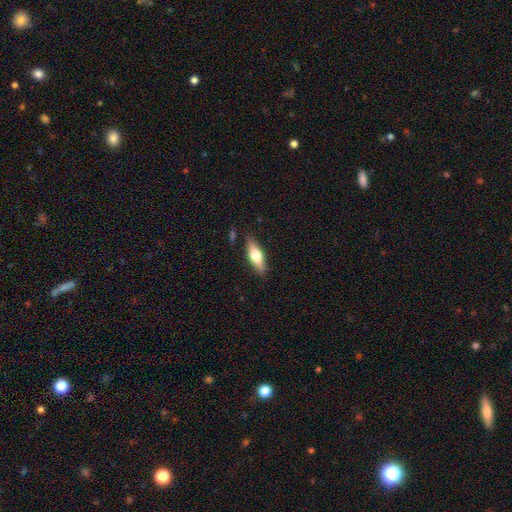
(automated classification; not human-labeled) A smooth galaxy with no disk features (55%) that is in between round and cigar-shaped (55%). Merging: none (85%).